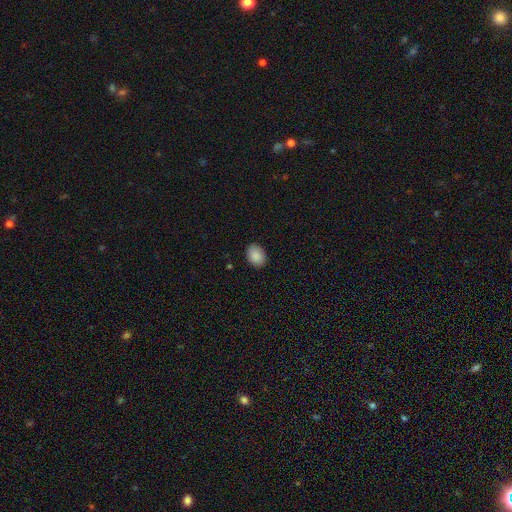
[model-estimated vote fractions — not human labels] This is clearly a smooth galaxy (89%). How rounded: likely in between (67%). Merging: clearly none (88%).